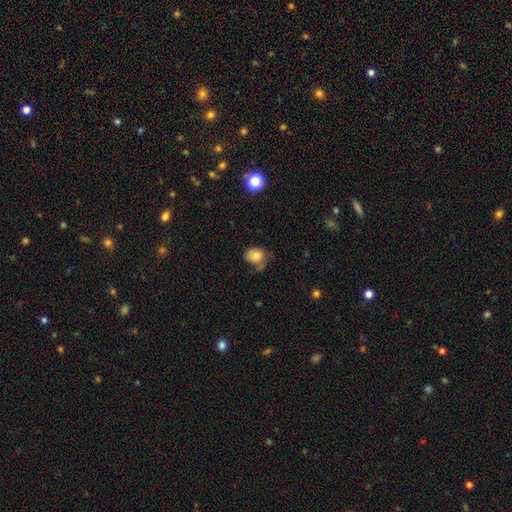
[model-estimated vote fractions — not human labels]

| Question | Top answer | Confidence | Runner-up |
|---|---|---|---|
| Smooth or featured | smooth | 77% | featured or disk (13%) |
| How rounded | in between | 51% | round (49%) |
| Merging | none | 45% | minor disturbance (31%) |